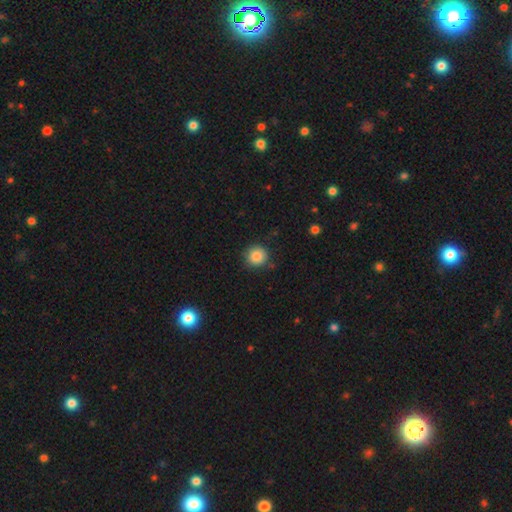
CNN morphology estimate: A smooth galaxy with no disk features (85%) that is round (94%). Merging: none (85%).